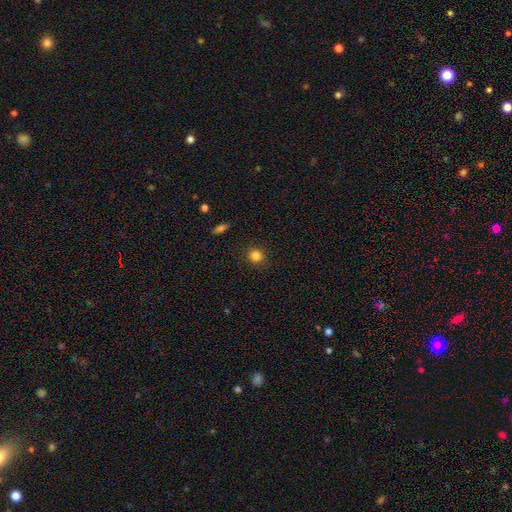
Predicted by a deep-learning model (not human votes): Morphology: type=smooth (84%); roundness=round (89%); merging=none (89%).